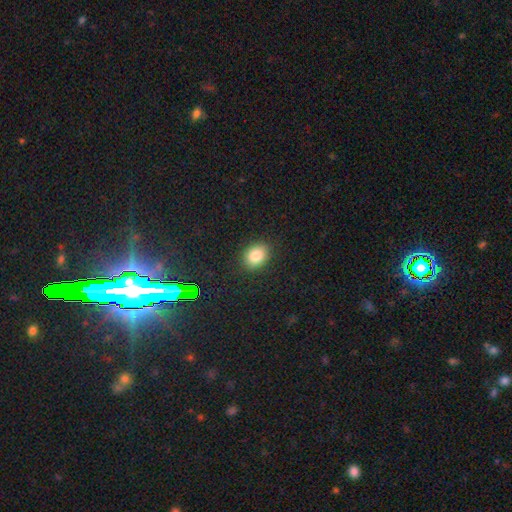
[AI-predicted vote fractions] Smooth or featured? smooth (82%)
How rounded? in between (60%)
Merging? none (88%)